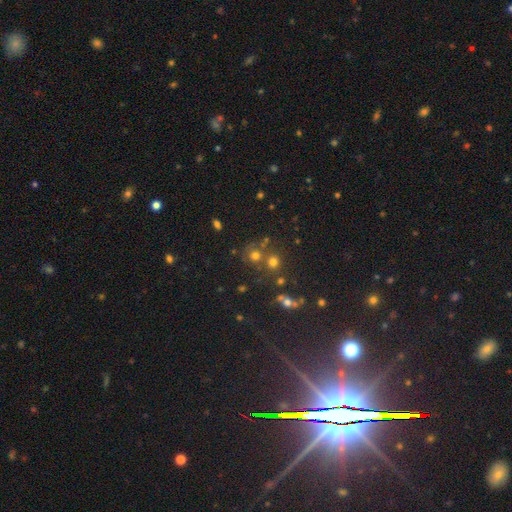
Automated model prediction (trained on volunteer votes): This is possibly a smooth galaxy (56%). How rounded: clearly round (88%). Merging: likely none (62%).